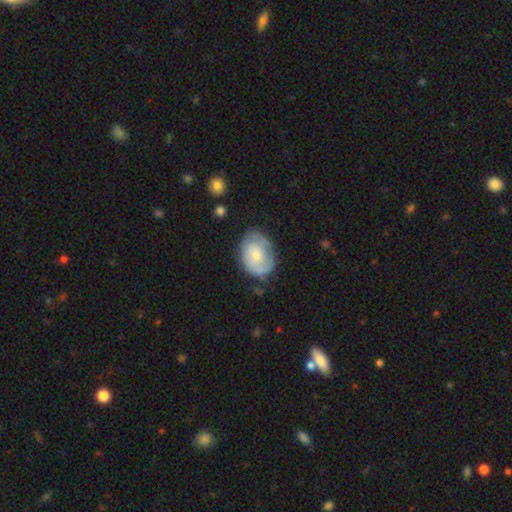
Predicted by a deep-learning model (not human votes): A smooth galaxy with no disk features (51%) that is in between round and cigar-shaped (73%). Merging: none (58%).